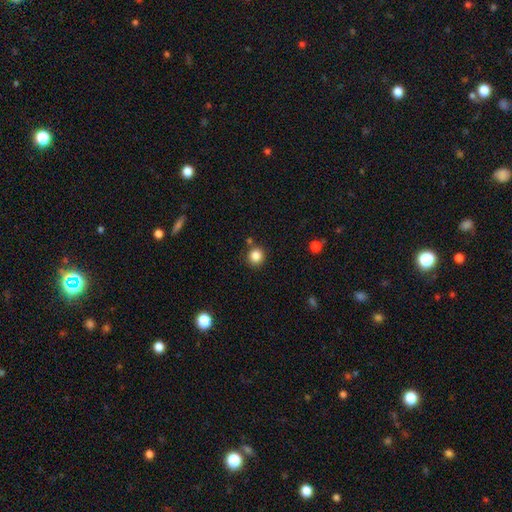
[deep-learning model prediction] This is clearly a smooth galaxy (84%). How rounded: clearly round (91%). Merging: clearly none (84%).